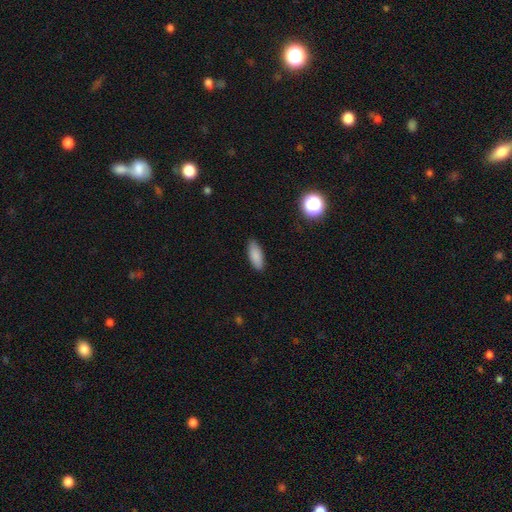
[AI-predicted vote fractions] This appears to be a smooth galaxy with no disk features (86%) that is in between round and cigar-shaped (73%). Merging: none (87%).